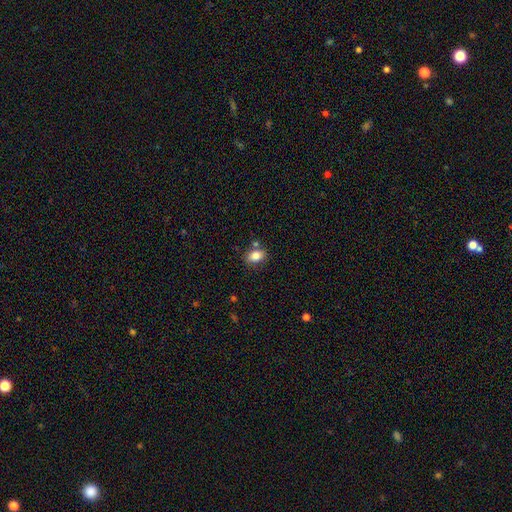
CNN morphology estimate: smooth 82%, featured or disk 9%, star or artifact 9%. Down the decision tree: how rounded — in between (78%); merging — none (73%).